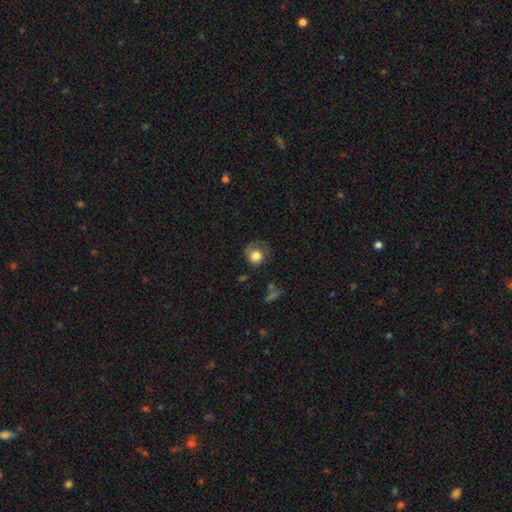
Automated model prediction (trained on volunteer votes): A smooth galaxy with no disk features (77%) that is round (83%).

Vote fractions:
- Smooth or featured? smooth: 77% / featured or disk: 15% / star or artifact: 9%
- How rounded? round: 83% / in between: 16% / cigar-shaped: 1%
- Merging? none: 52% / minor disturbance: 27% / major disturbance: 19% / merger: 2%